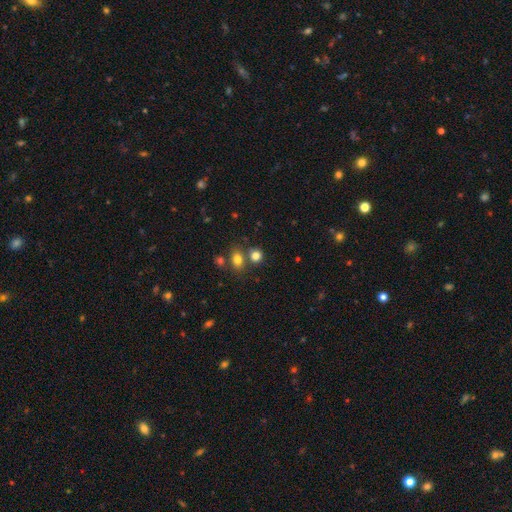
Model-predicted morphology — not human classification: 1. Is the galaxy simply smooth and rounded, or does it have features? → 79% smooth, 14% star or artifact, 7% featured or disk.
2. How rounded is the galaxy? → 73% round, 26% in between, 1% cigar-shaped.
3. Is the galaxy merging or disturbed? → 64% none, 23% merger, 9% minor disturbance, 4% major disturbance.